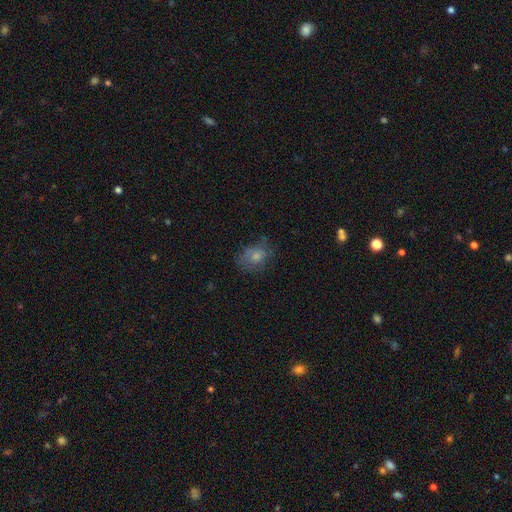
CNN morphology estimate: Smooth or featured? Predicted: smooth (p=0.68). How rounded? Predicted: in between (p=0.62). Merging? Predicted: none (p=0.56).